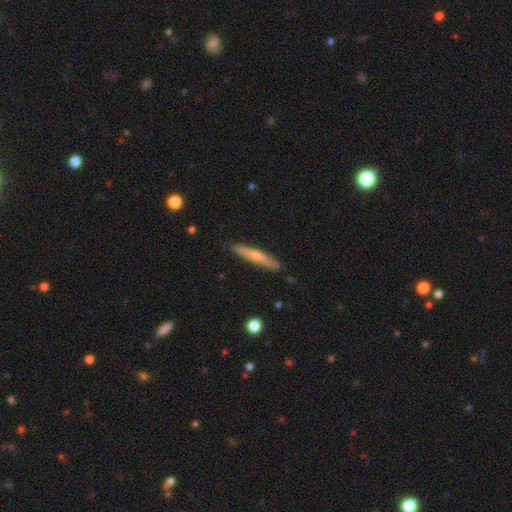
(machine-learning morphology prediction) Smooth or featured? smooth (53%)
How rounded? cigar-shaped (94%)
Merging? none (88%)